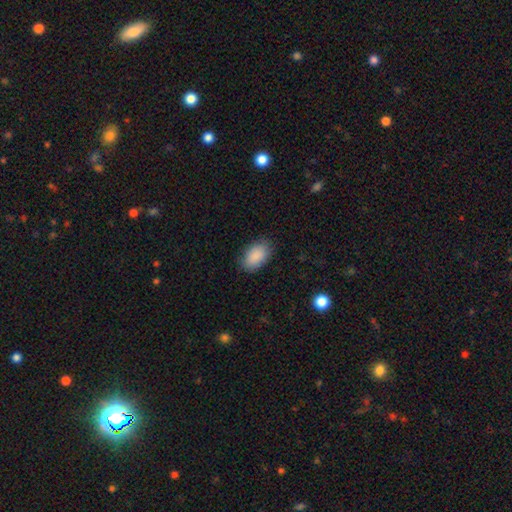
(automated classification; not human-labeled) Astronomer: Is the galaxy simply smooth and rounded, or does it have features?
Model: smooth — 90%.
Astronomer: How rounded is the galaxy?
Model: in between — 93%.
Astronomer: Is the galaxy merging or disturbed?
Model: none — 84%.